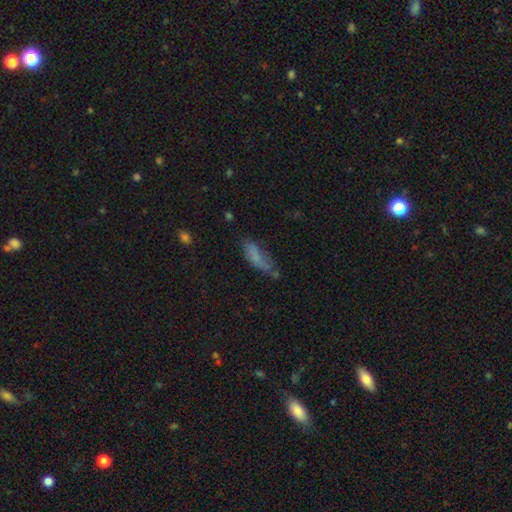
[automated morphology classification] Smooth or featured: smooth — 70% (featured or disk — 18%)
How rounded: in between — 62% (cigar-shaped — 36%)
Merging: none — 42% (minor disturbance — 31%)